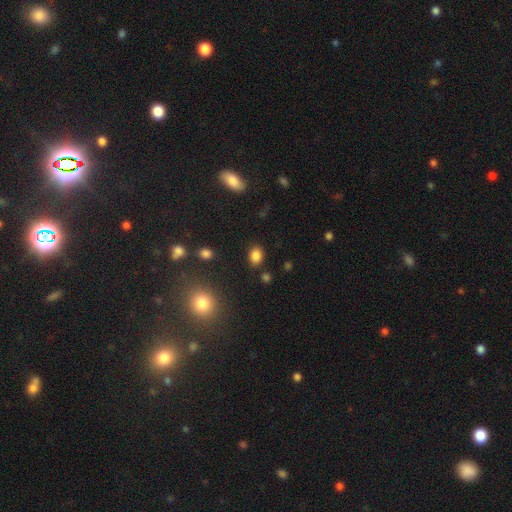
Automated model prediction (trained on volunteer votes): Q: Smooth or featured?
A: smooth (84%); runner-up: star or artifact (12%)
Q: How rounded?
A: in between (67%); runner-up: round (32%)
Q: Merging?
A: none (84%); runner-up: minor disturbance (10%)